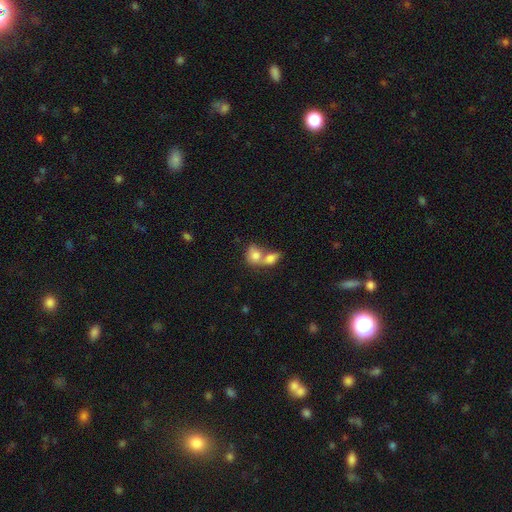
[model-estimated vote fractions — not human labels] Morphology: type=smooth (80%); roundness=in between (59%); merging=merger (69%).